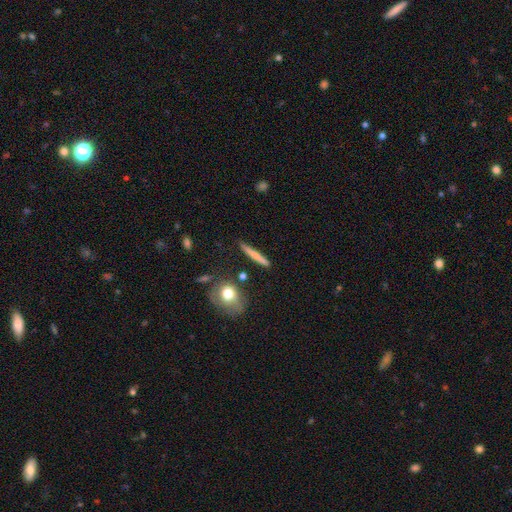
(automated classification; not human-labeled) Overall: smooth (64%; featured or disk 29%). How rounded: cigar-shaped (91%). Merging: none (85%).